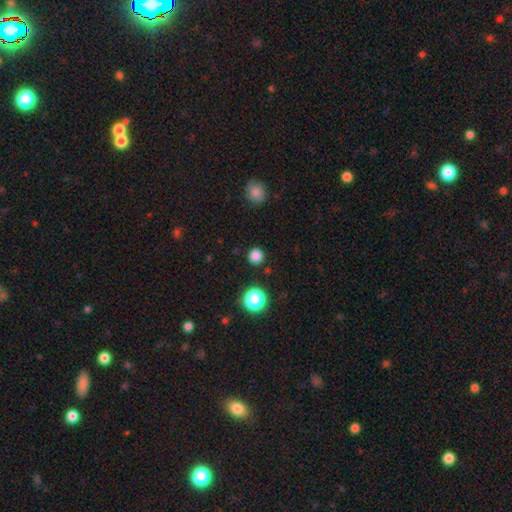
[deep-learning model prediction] Smooth or featured? Predicted: smooth (p=0.82). How rounded? Predicted: round (p=0.94). Merging? Predicted: none (p=0.91).